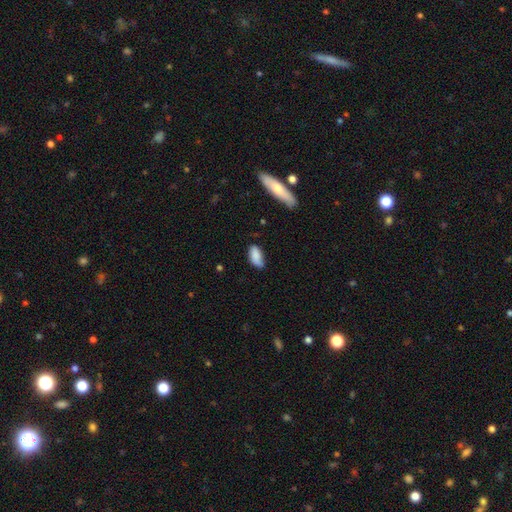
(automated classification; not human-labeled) smooth 84%, featured or disk 8%, star or artifact 7%. Down the decision tree: how rounded — in between (91%); merging — none (64%).